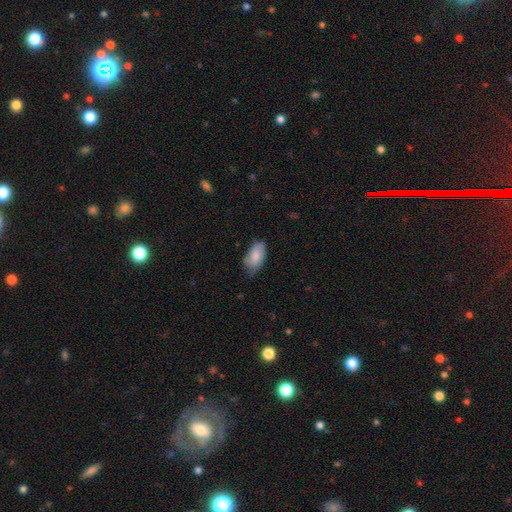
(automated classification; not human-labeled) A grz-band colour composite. It shows a smooth galaxy with no disk features (82%) that is in between round and cigar-shaped (94%). Merging: none (61%).